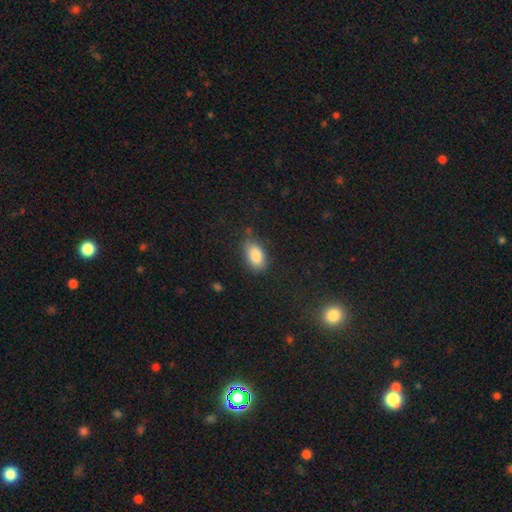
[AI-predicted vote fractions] smooth-or-featured: smooth: 85% | star or artifact: 8% | featured or disk: 7%
  how-rounded: in between: 90% | round: 8% | cigar-shaped: 2%
  merging: none: 67% | minor disturbance: 25% | major disturbance: 6% | merger: 2%